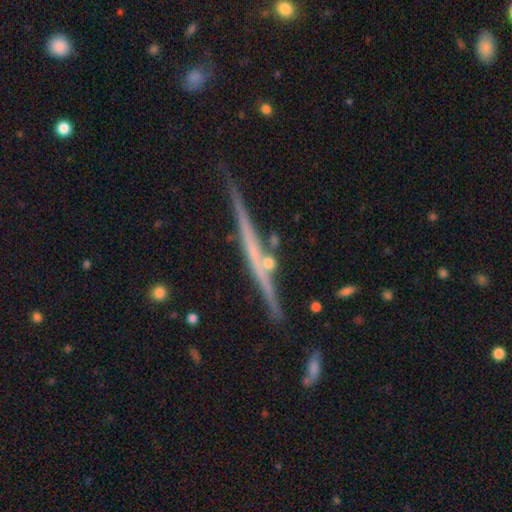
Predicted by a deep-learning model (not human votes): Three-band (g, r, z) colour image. It shows a featured or disk galaxy (74%) viewed edge-on (98%) with no central bulge (67%). Merging: none (81%).